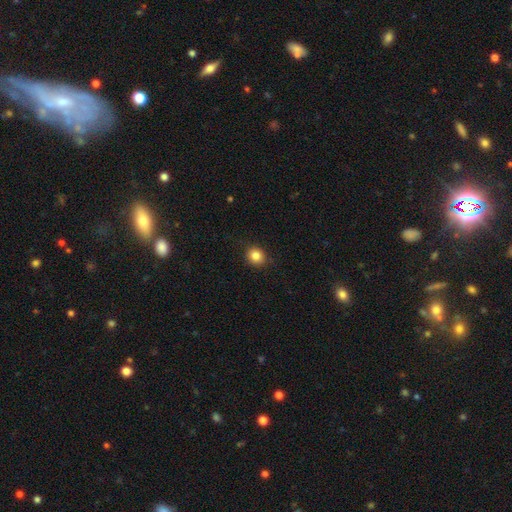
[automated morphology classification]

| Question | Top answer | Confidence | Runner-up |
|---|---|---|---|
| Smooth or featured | smooth | 85% | star or artifact (10%) |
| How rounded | round | 79% | in between (20%) |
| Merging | none | 89% | minor disturbance (8%) |